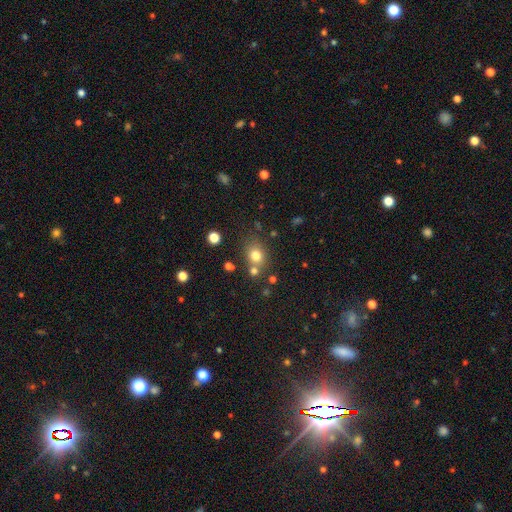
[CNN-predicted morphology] Smooth or featured? smooth (77%)
How rounded? round (68%)
Merging? none (67%)